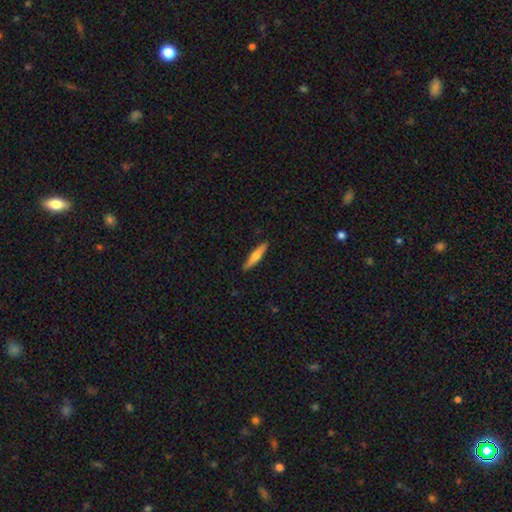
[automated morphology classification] This appears to be a smooth galaxy with no disk features (57%) that is cigar-shaped (89%). Merging: none (91%).